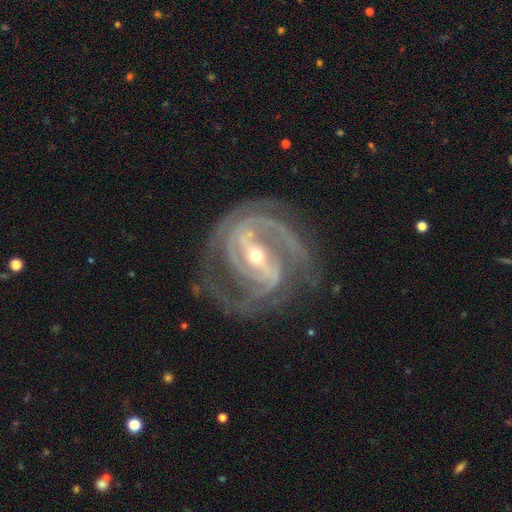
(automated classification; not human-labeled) Smooth or featured: featured or disk — 92% (star or artifact — 5%)
Edge-on disk: no — 96% (yes — 4%)
Bar: strong — 66% (weak — 25%)
Spiral arms: yes — 97% (no — 3%)
Spiral winding: tight — 52% (medium — 40%)
Spiral arm count: 2 — 45% (3 — 25%)
Bulge size: small — 57% (moderate — 40%)
Merging: none — 71% (minor disturbance — 16%)